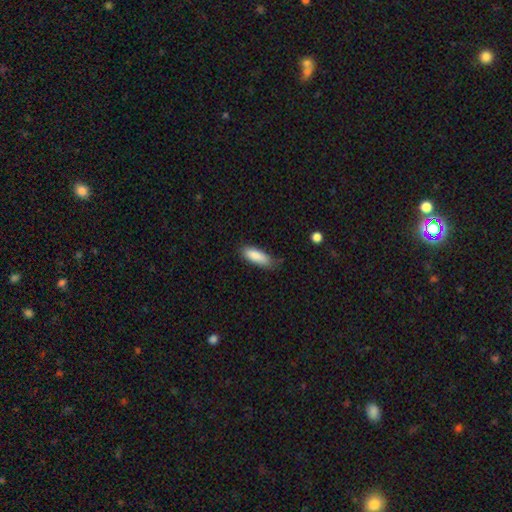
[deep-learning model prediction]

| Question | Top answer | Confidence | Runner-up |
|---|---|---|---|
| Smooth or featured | smooth | 87% | featured or disk (7%) |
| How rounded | in between | 63% | cigar-shaped (36%) |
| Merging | none | 71% | minor disturbance (23%) |